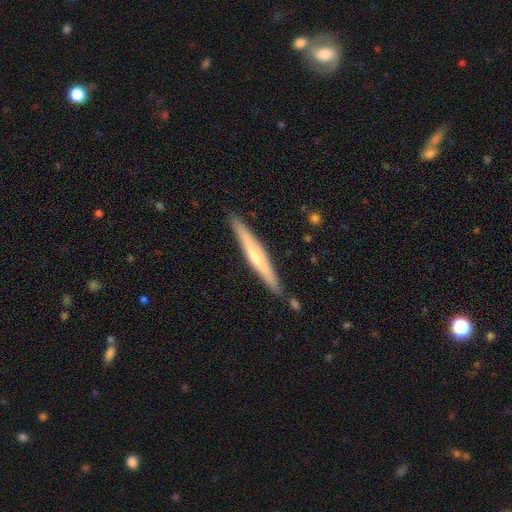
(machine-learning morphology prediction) Smooth or featured? featured or disk (55%)
Edge-on disk? yes (97%)
Edge-on bulge? rounded (62%)
Merging? none (89%)